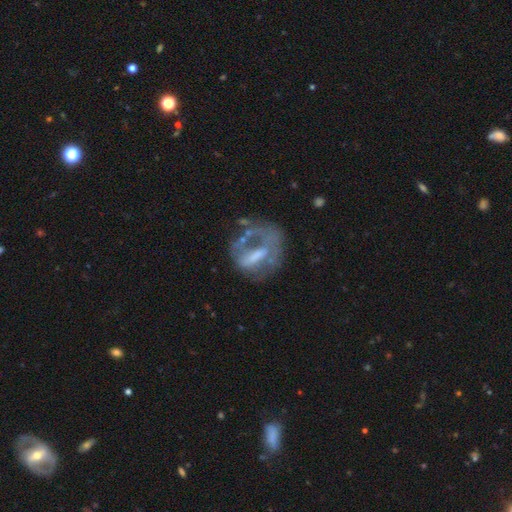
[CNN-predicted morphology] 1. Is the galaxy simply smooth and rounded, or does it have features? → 61% featured or disk, 28% smooth, 11% star or artifact.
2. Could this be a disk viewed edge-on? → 94% no, 6% yes.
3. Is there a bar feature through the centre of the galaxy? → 37% no, 33% strong, 29% weak.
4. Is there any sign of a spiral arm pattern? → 72% no, 28% yes.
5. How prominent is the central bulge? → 35% none, 32% moderate, 21% small, 10% large, 2% dominant.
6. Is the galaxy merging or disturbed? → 37% major disturbance (tied), 37% none (tied), 18% minor disturbance, 8% merger.